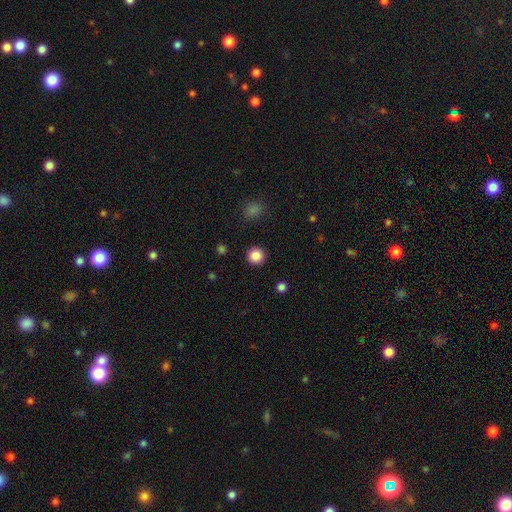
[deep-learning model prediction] Smooth or featured? smooth (86%)
How rounded? round (95%)
Merging? none (92%)